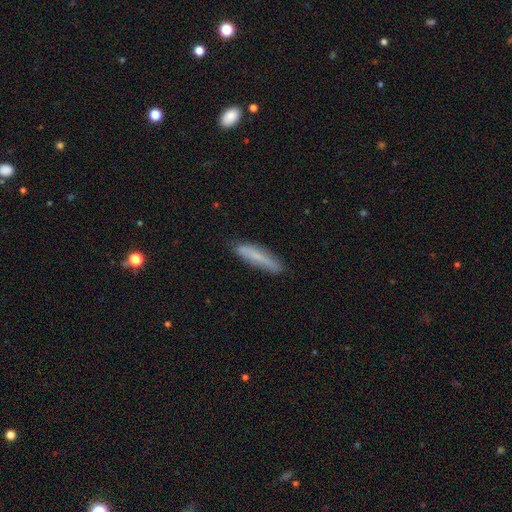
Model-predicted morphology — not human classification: Smooth or featured? Predicted: smooth (p=0.66). How rounded? Predicted: cigar-shaped (p=0.86). Merging? Predicted: none (p=0.80).